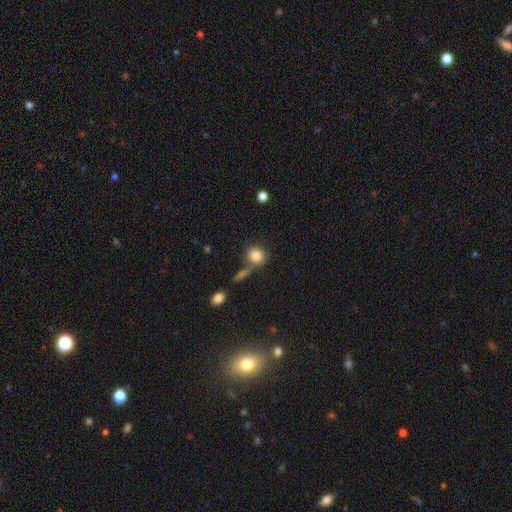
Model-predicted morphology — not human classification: smooth_or_featured: smooth (p=0.84) [alt: star or artifact p=0.09]
how_rounded: round (p=0.80) [alt: in between p=0.19]
merging: none (p=0.61) [alt: merger p=0.21]